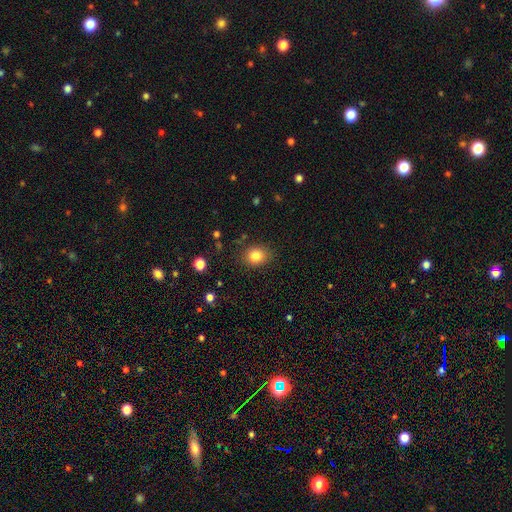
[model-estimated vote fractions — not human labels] Q: Smooth or featured?
A: smooth (84%); runner-up: star or artifact (10%)
Q: How rounded?
A: in between (51%); runner-up: round (48%)
Q: Merging?
A: none (83%); runner-up: minor disturbance (12%)